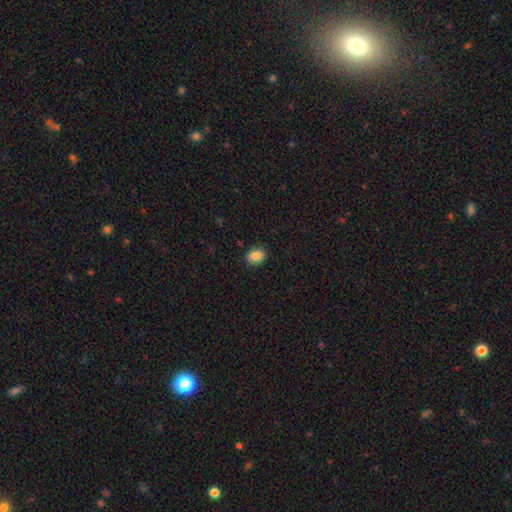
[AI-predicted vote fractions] The model was most divided on "how rounded": in between: 61%, round: 38%, cigar-shaped: 1%. More confident: merging — none (87%); smooth or featured — smooth (86%).